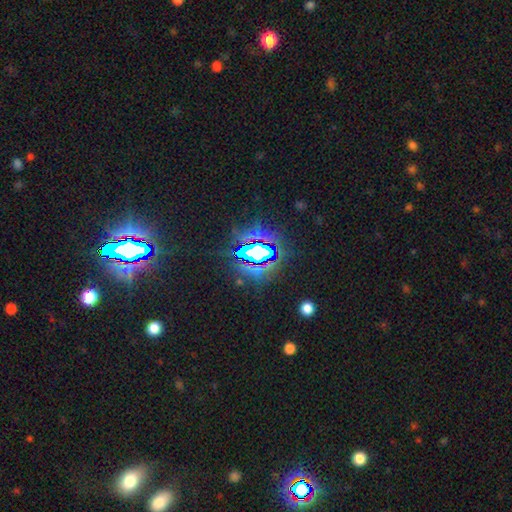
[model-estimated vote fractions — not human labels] smooth-or-featured: star or artifact: 78% | smooth: 12% | featured or disk: 10%